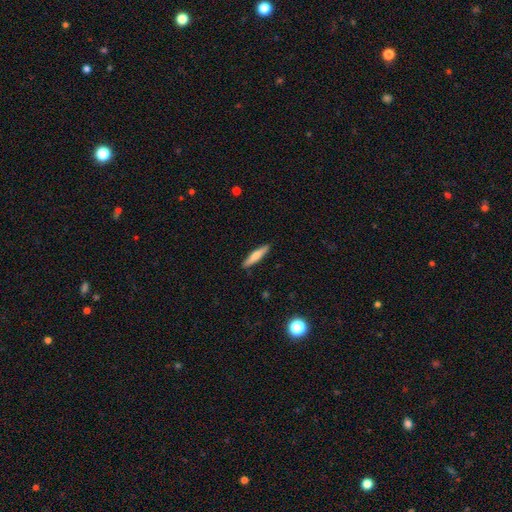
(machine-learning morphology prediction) type=smooth (60%); roundness=cigar-shaped (86%); merging=none (90%).